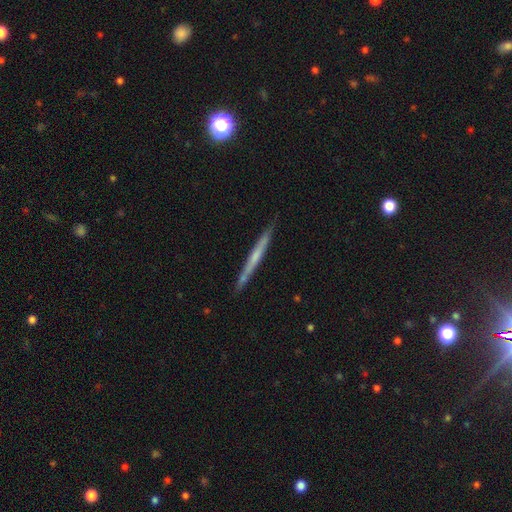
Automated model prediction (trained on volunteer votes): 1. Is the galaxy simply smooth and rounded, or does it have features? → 53% featured or disk, 41% smooth, 6% star or artifact.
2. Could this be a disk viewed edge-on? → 96% yes, 4% no.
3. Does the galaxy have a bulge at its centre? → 74% none, 19% rounded, 7% boxy.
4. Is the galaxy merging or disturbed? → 85% none, 11% minor disturbance, 2% merger, 2% major disturbance.